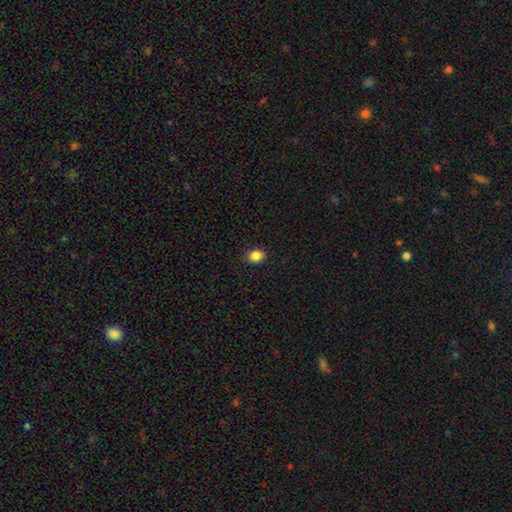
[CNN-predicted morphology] A smooth galaxy with no disk features (87%) that is in between round and cigar-shaped (57%). Merging: none (91%).